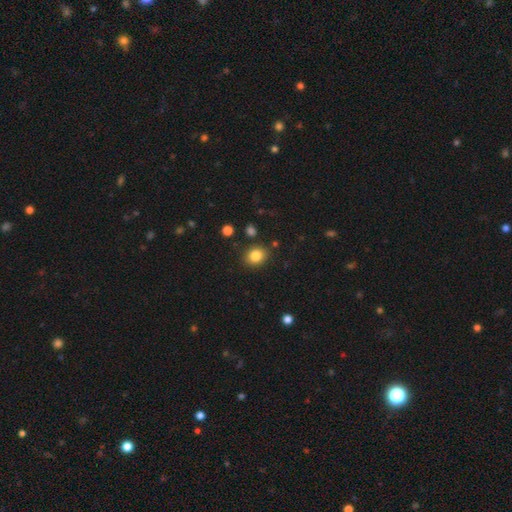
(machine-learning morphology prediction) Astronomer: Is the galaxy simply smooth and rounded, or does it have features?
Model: smooth — 84%.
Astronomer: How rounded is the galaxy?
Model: round — 63%.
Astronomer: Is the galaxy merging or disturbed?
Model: none — 86%.